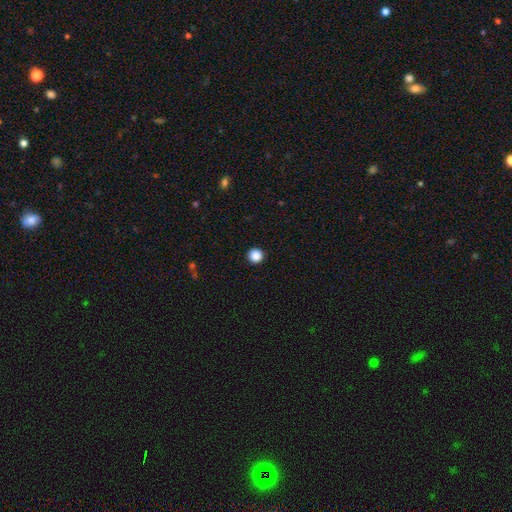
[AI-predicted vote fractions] smooth_or_featured: smooth (p=0.87) [alt: star or artifact p=0.10]
how_rounded: round (p=0.96) [alt: in between p=0.03]
merging: none (p=0.94) [alt: minor disturbance p=0.04]